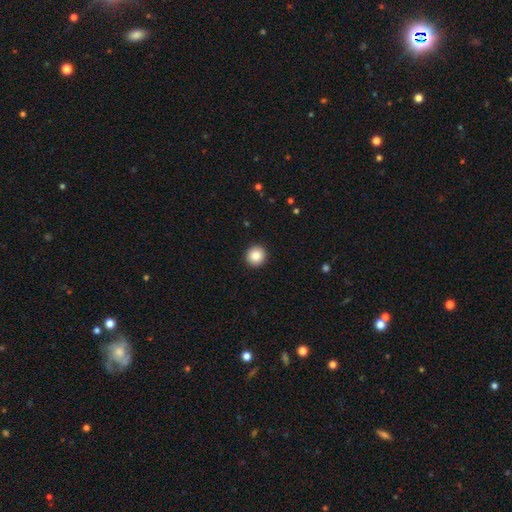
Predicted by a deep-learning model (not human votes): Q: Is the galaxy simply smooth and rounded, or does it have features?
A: smooth — 85%.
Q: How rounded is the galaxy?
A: round — 93%.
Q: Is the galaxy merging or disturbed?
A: none — 93%.